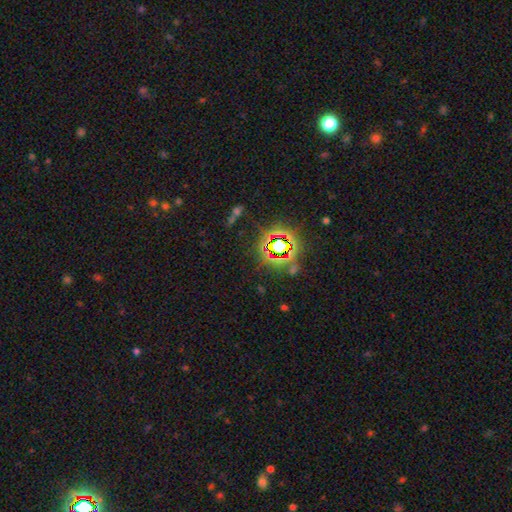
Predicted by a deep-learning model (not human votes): Morphology: type=star or artifact (76%).